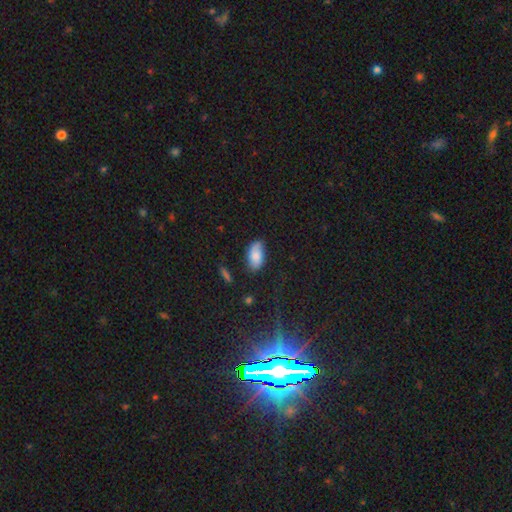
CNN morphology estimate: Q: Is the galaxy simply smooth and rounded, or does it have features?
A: smooth — 79%.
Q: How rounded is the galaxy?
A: in between — 93%.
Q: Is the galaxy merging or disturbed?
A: none — 72%.